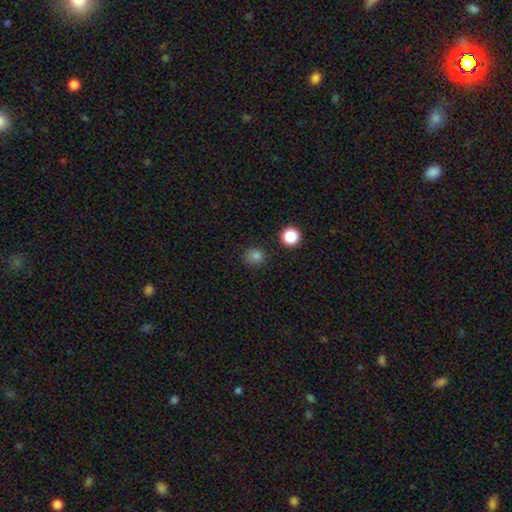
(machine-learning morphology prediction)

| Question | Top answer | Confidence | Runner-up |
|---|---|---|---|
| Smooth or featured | smooth | 80% | star or artifact (17%) |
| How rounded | round | 86% | in between (13%) |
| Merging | none | 85% | minor disturbance (10%) |